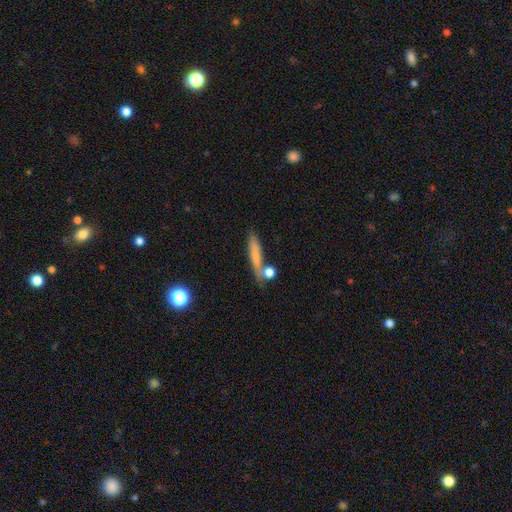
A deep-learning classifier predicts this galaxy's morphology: A smooth galaxy with no disk features (64%) that is cigar-shaped (81%). Merging: none (62%).